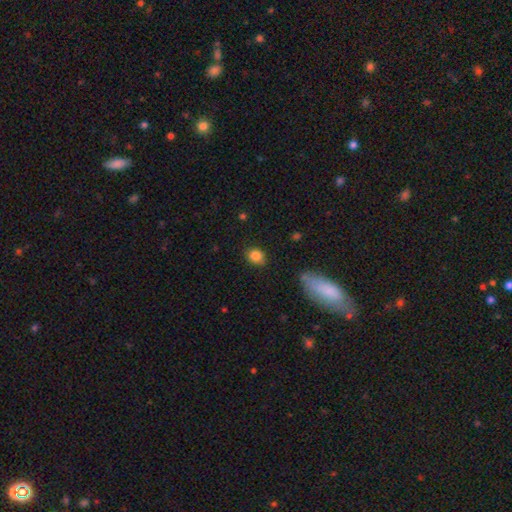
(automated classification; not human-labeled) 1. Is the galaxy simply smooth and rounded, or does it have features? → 84% smooth, 10% star or artifact, 6% featured or disk.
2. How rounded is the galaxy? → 56% round, 42% in between, 1% cigar-shaped.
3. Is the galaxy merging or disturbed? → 85% none, 11% minor disturbance, 3% major disturbance, 2% merger.